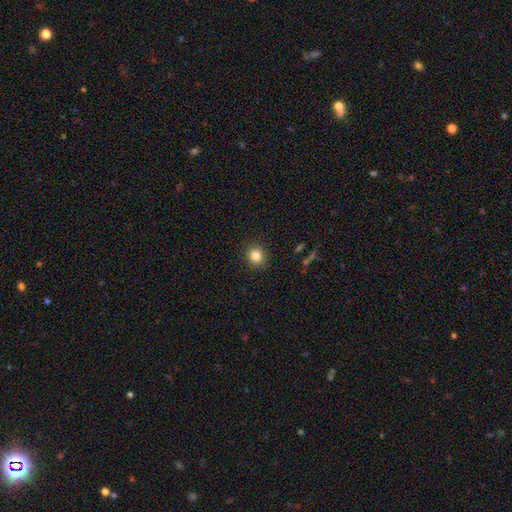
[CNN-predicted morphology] The model was most divided on "how rounded": round: 84%, in between: 15%, cigar-shaped: 1%. More confident: merging — none (90%); smooth or featured — smooth (83%).